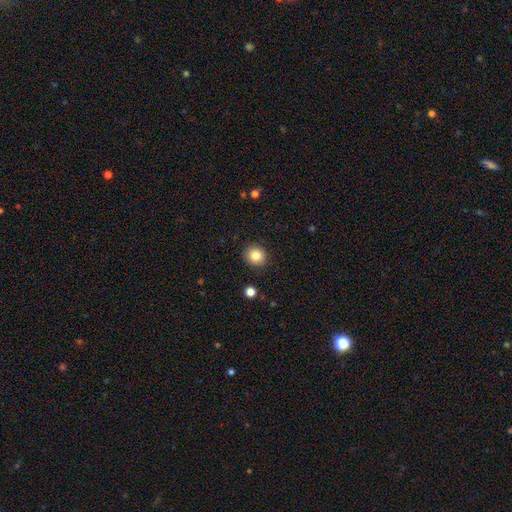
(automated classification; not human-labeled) Overall: smooth (83%). How rounded: round (86%). Merging: none (91%).